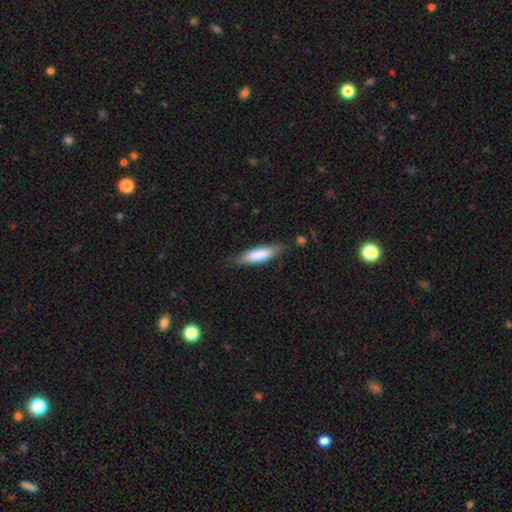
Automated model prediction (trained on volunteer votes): Q: Smooth or featured?
A: smooth (79%); runner-up: featured or disk (15%)
Q: How rounded?
A: cigar-shaped (68%); runner-up: in between (31%)
Q: Merging?
A: none (78%); runner-up: minor disturbance (16%)